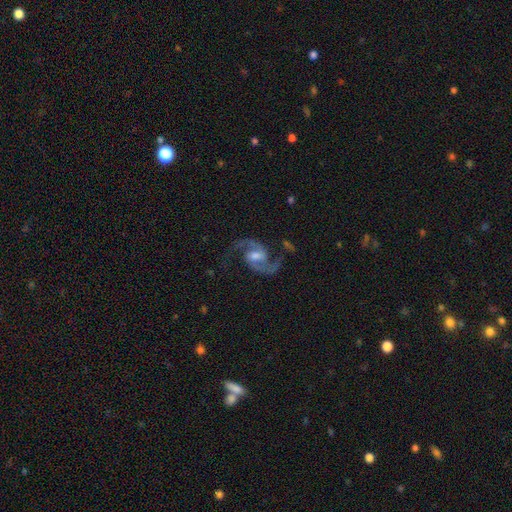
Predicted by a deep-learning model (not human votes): Smooth or featured: featured or disk — 92% (star or artifact — 4%)
Edge-on disk: no — 98% (yes — 2%)
Bar: weak — 52% (no — 28%)
Spiral arms: yes — 98% (no — 2%)
Spiral winding: medium — 59% (loose — 31%)
Spiral arm count: 2 — 94% (can't tell — 1%)
Bulge size: moderate — 58% (small — 23%)
Merging: none — 79% (minor disturbance — 13%)